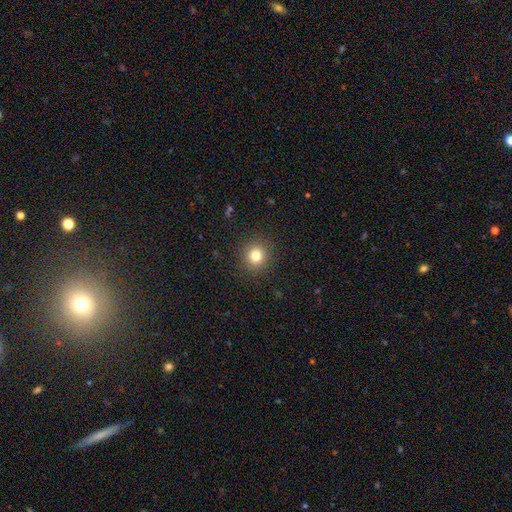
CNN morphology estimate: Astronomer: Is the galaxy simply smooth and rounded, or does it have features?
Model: smooth — 79%.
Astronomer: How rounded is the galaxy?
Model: round — 92%.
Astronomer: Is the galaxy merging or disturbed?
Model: none — 90%.